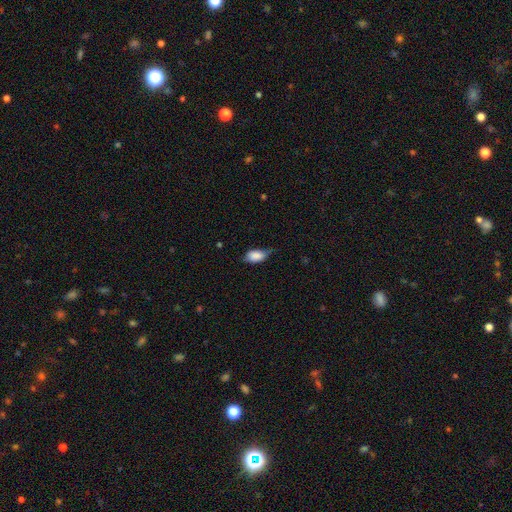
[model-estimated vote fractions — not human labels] Smooth or featured? smooth (84%)
How rounded? in between (90%)
Merging? minor disturbance (44%)